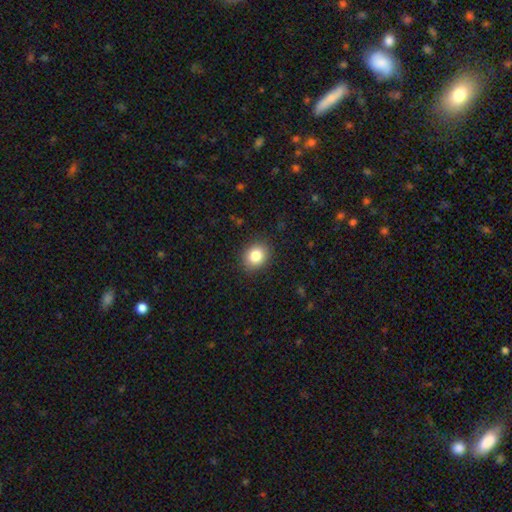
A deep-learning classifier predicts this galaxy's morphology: Q: Smooth or featured?
A: smooth (84%); runner-up: star or artifact (10%)
Q: How rounded?
A: round (61%); runner-up: in between (39%)
Q: Merging?
A: none (88%); runner-up: minor disturbance (8%)